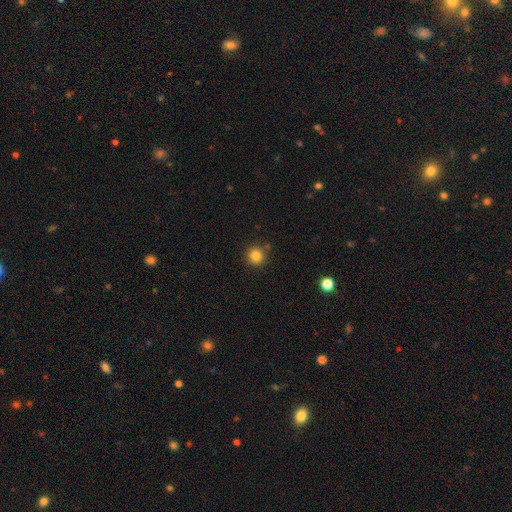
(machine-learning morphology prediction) Smooth or featured?
  - smooth: 83% *
  - star or artifact: 12%
  - featured or disk: 5%
How rounded?
  - round: 94% *
  - in between: 5%
  - cigar-shaped: 1%
Merging?
  - none: 86% *
  - minor disturbance: 8%
  - merger: 4%
  - major disturbance: 2%